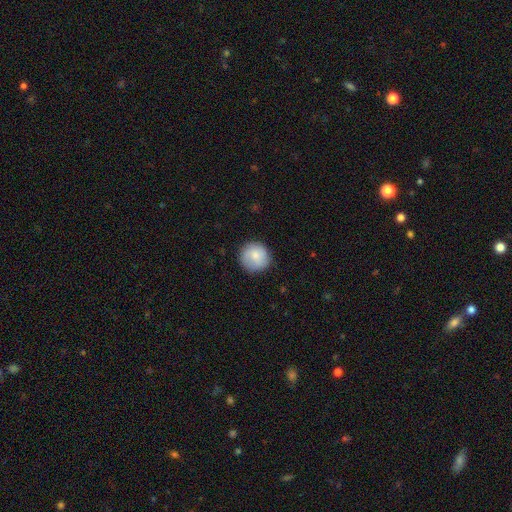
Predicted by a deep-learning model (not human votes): Smooth or featured? Predicted: smooth (p=0.79). How rounded? Predicted: round (p=0.95). Merging? Predicted: none (p=0.86).